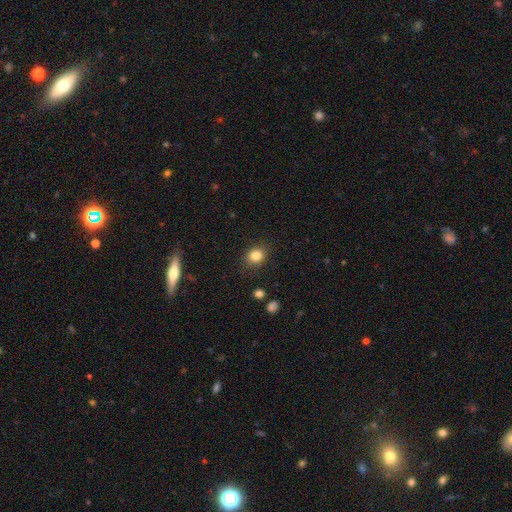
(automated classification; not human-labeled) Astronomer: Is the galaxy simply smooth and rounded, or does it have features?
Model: smooth — 84%.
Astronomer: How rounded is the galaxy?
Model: round — 61% (runner-up: in between, 38%).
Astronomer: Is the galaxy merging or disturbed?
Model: none — 85%.